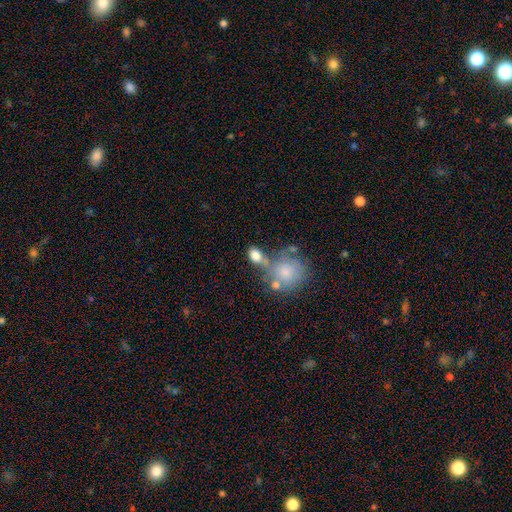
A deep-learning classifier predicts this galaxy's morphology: Smooth or featured? smooth (77%)
How rounded? in between (71%)
Merging? merger (38%)